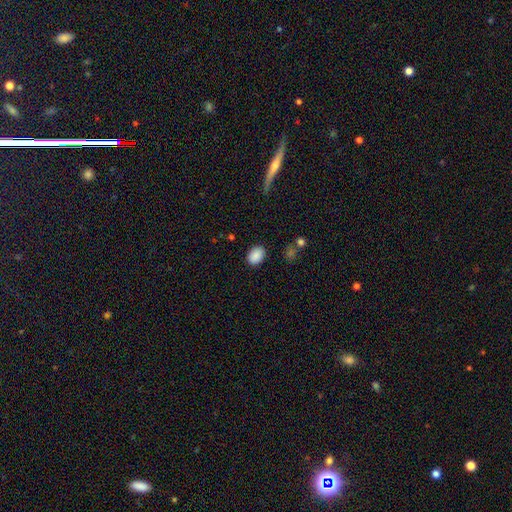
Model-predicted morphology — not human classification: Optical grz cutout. It shows a smooth galaxy with no disk features (88%) that is in between round and cigar-shaped (75%). Merging: none (85%).